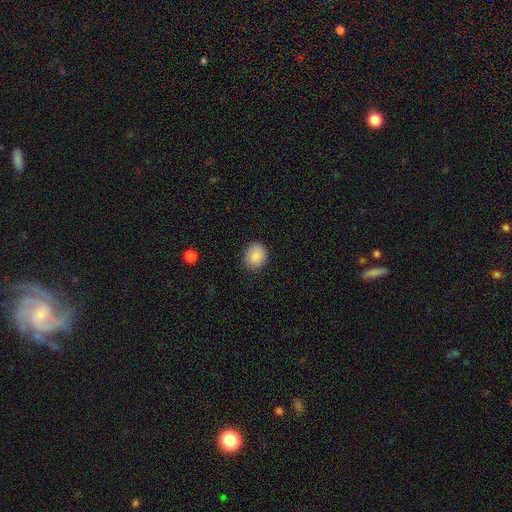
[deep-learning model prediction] A smooth galaxy with no disk features (88%) that is round (65%). Merging: none (86%).